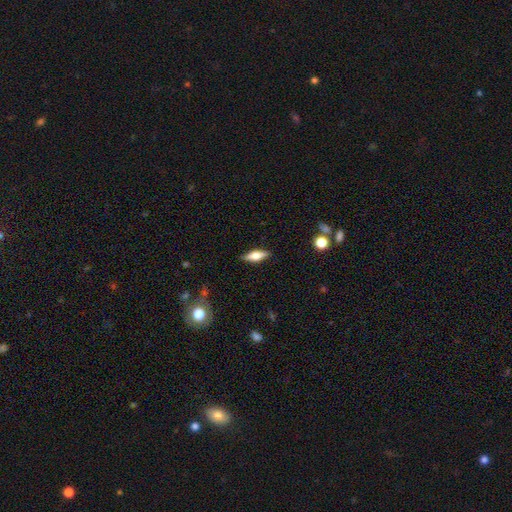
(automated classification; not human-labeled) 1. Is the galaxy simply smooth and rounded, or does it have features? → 49% smooth, 44% featured or disk, 7% star or artifact.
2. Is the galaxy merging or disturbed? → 87% none, 10% minor disturbance, 2% major disturbance, 1% merger.